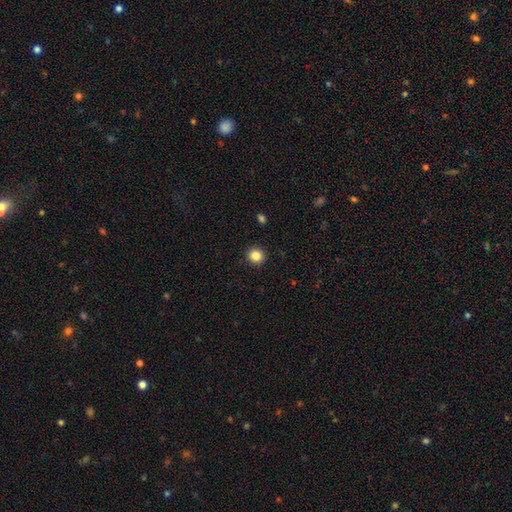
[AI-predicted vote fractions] Smooth or featured? Predicted: smooth (p=0.85). How rounded? Predicted: round (p=0.93). Merging? Predicted: none (p=0.93).